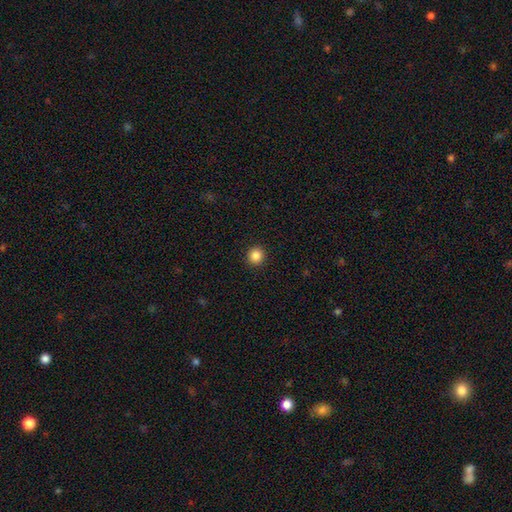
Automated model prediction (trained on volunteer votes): Smooth or featured: smooth — 86% (star or artifact — 11%)
How rounded: round — 93% (in between — 6%)
Merging: none — 93% (minor disturbance — 5%)